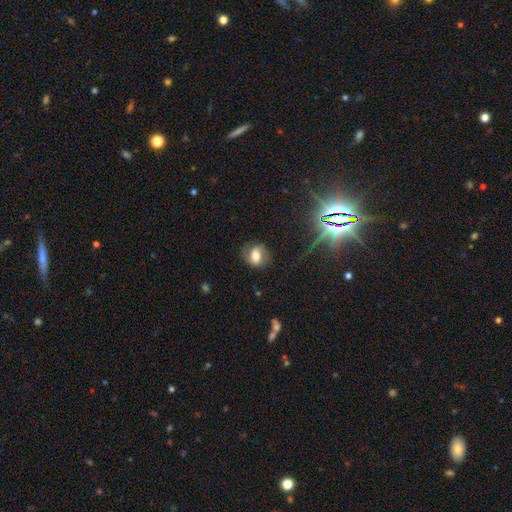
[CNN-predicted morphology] Smooth or featured: smooth — 53% (featured or disk — 34%)
How rounded: in between — 54% (round — 44%)
Merging: none — 70% (minor disturbance — 19%)